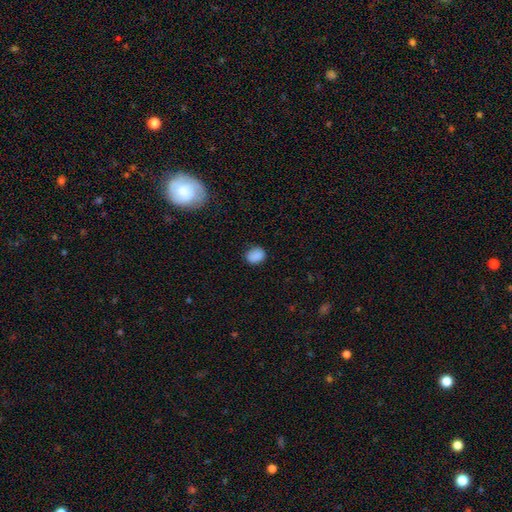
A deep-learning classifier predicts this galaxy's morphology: A smooth galaxy with no disk features (87%) that is in between round and cigar-shaped (53%).

Vote fractions:
- Smooth or featured? smooth: 87% / star or artifact: 9% / featured or disk: 4%
- How rounded? in between: 53% / round: 46% / cigar-shaped: 1%
- Merging? none: 81% / minor disturbance: 14% / major disturbance: 3% / merger: 1%